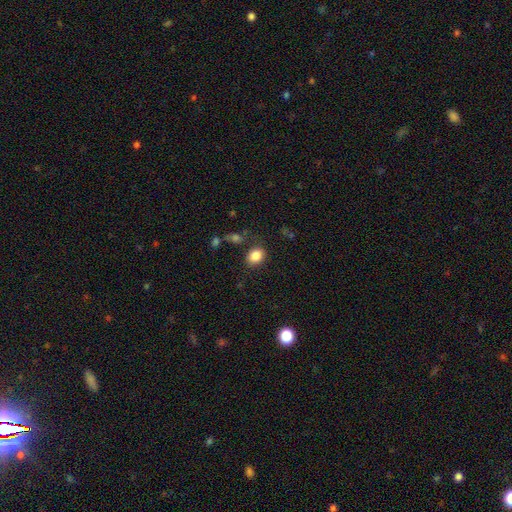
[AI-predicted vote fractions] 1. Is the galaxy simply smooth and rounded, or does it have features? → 85% smooth, 10% star or artifact, 5% featured or disk.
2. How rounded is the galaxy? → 57% in between, 42% round, 1% cigar-shaped.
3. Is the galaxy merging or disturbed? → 80% none, 12% minor disturbance, 4% major disturbance, 4% merger.